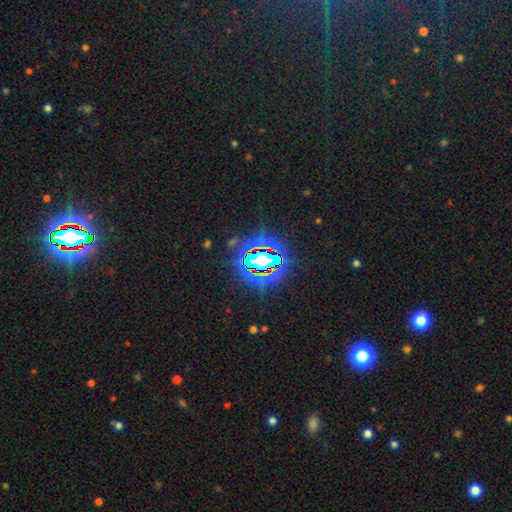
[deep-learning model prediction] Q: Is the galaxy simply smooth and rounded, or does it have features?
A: star or artifact — 84%.